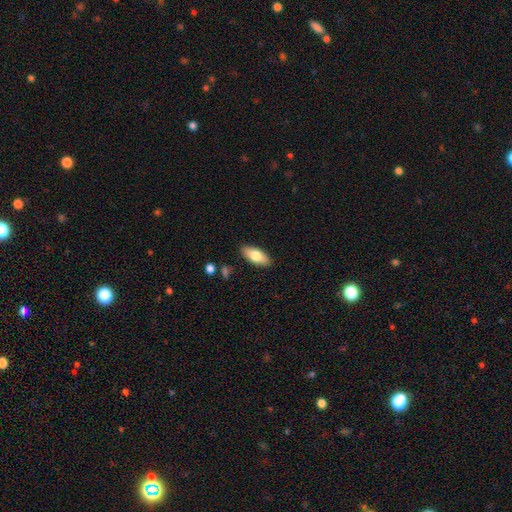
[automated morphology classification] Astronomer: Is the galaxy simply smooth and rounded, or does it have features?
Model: smooth — 75%.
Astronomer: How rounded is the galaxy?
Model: in between — 85%.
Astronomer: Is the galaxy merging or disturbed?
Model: none — 88%.